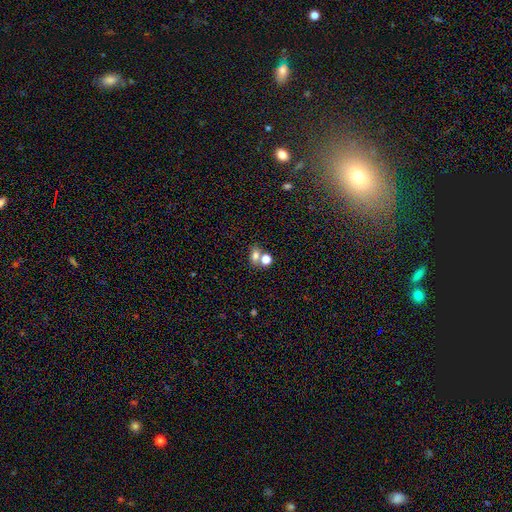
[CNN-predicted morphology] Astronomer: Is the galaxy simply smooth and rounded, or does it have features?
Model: smooth — 73%.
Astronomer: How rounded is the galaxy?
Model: in between — 61% (runner-up: round, 37%).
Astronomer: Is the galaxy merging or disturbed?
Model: none — 45% (runner-up: merger, 41%).